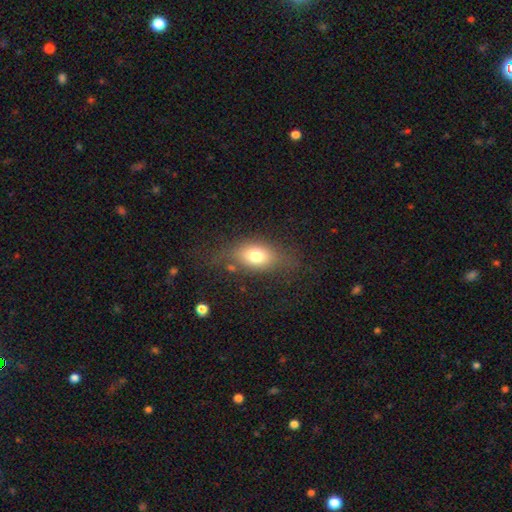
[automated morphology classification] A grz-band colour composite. It shows a smooth galaxy with no disk features (72%) that is in between round and cigar-shaped (76%). Merging: none (65%).